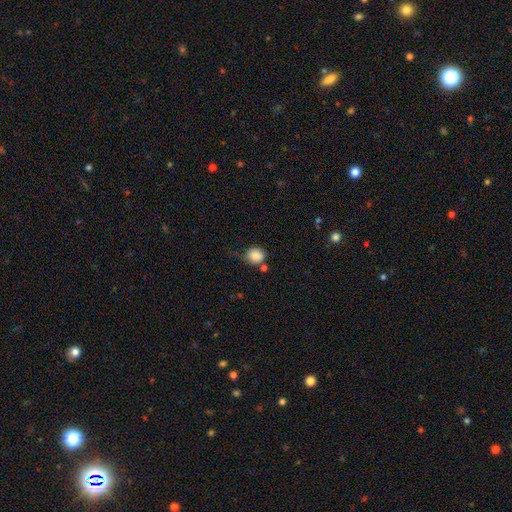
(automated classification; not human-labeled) A smooth galaxy with no disk features (86%) that is round (78%).

Vote fractions:
- Smooth or featured? smooth: 86% / star or artifact: 9% / featured or disk: 5%
- How rounded? round: 78% / in between: 21% / cigar-shaped: 1%
- Merging? none: 52% / minor disturbance: 26% / merger: 12% / major disturbance: 10%